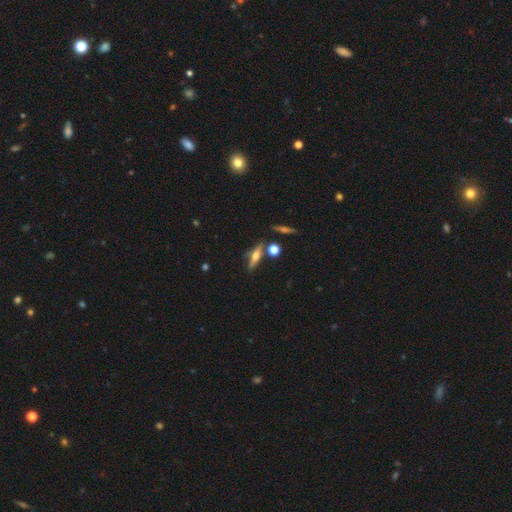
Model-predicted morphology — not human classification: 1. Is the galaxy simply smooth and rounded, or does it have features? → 59% featured or disk, 32% smooth, 9% star or artifact.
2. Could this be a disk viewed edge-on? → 94% yes, 6% no.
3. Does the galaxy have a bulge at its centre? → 92% rounded, 4% boxy, 3% none.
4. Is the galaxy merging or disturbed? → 75% none, 12% minor disturbance, 9% merger, 4% major disturbance.